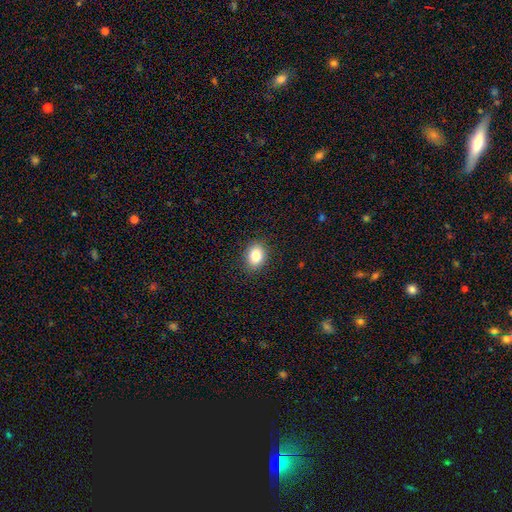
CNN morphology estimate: Smooth or featured?
  - smooth: 84% *
  - star or artifact: 9%
  - featured or disk: 6%
How rounded?
  - in between: 62% *
  - round: 37%
  - cigar-shaped: 1%
Merging?
  - none: 88% *
  - minor disturbance: 8%
  - major disturbance: 2%
  - merger: 1%